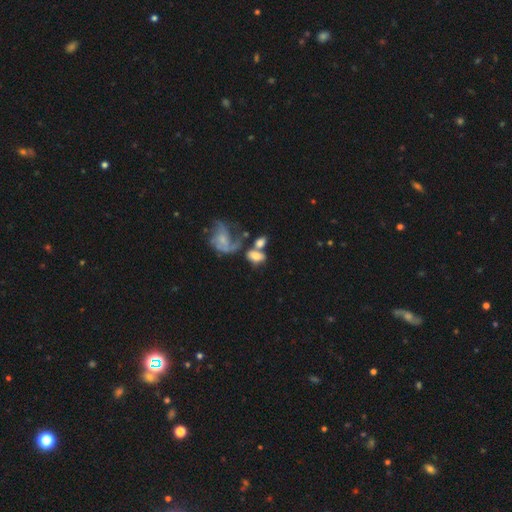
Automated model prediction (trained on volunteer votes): smooth_or_featured: smooth (p=0.59) [alt: featured or disk p=0.31]
how_rounded: in between (p=0.86) [alt: round p=0.11]
merging: merger (p=0.44) [alt: none p=0.27]